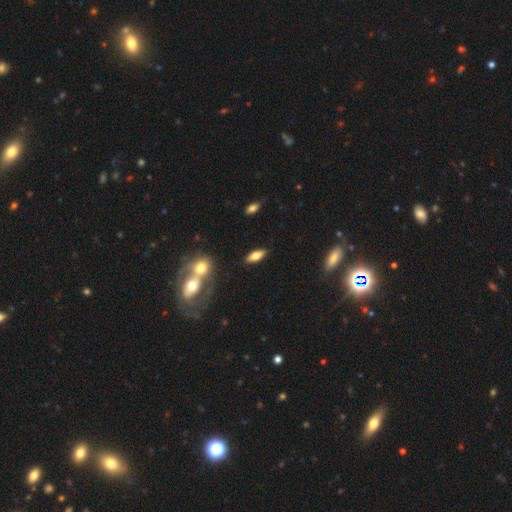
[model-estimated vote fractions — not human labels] smooth-or-featured: smooth: 67% | featured or disk: 25% | star or artifact: 8%
  how-rounded: in between: 71% | cigar-shaped: 26% | round: 3%
  merging: none: 84% | minor disturbance: 9% | merger: 4% | major disturbance: 3%